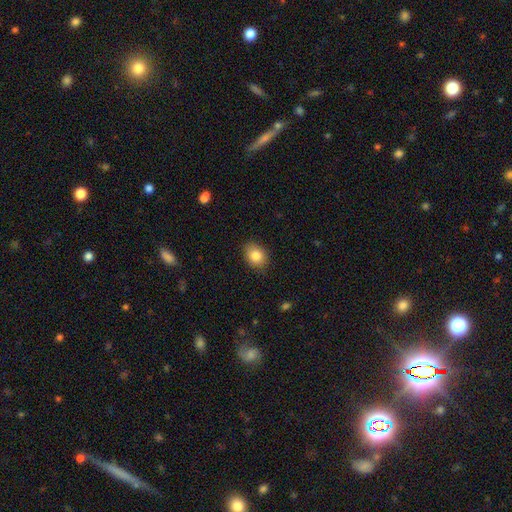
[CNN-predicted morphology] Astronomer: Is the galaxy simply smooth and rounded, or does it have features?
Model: smooth — 84%.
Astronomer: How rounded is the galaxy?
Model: in between — 61% (runner-up: round, 38%).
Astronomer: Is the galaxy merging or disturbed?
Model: none — 85%.